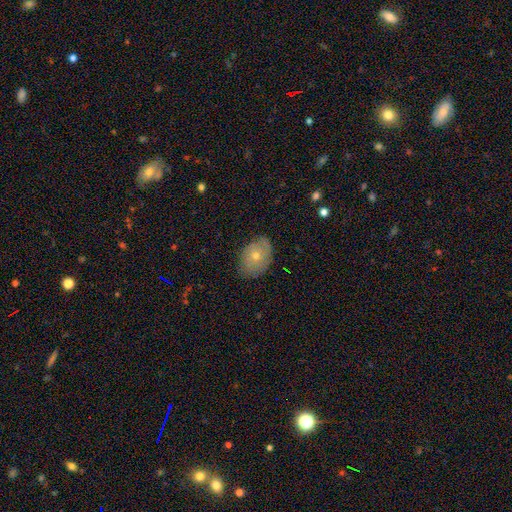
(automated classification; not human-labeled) Q: Smooth or featured?
A: smooth (49%); runner-up: featured or disk (41%)
Q: Merging?
A: none (78%); runner-up: minor disturbance (18%)